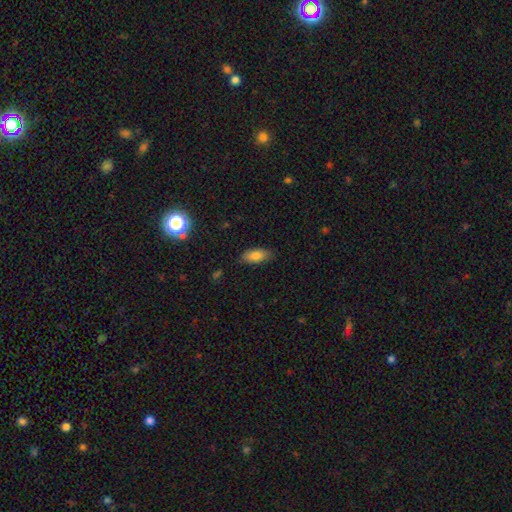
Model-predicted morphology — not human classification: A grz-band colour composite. It shows a smooth galaxy with no disk features (81%) that is in between round and cigar-shaped (86%). Merging: none (85%).